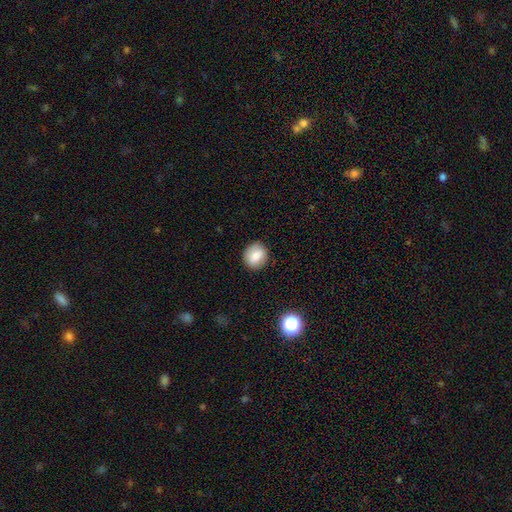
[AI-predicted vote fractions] This appears to be a smooth galaxy with no disk features (78%) that is round (77%). Merging: none (87%).